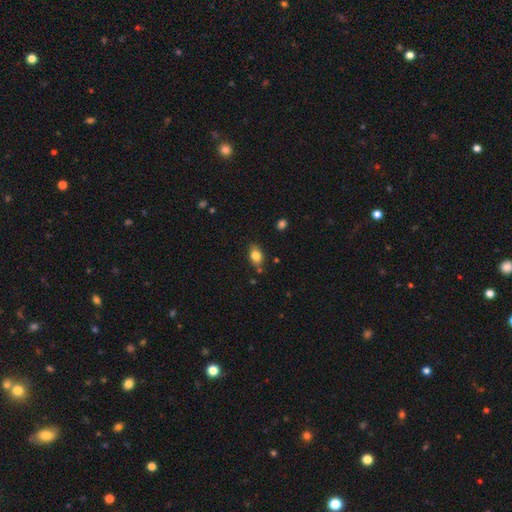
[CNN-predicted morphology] Smooth or featured?
  - smooth: 83% *
  - star or artifact: 9%
  - featured or disk: 9%
How rounded?
  - in between: 82% *
  - round: 16%
  - cigar-shaped: 2%
Merging?
  - none: 77% *
  - minor disturbance: 15%
  - merger: 4%
  - major disturbance: 3%